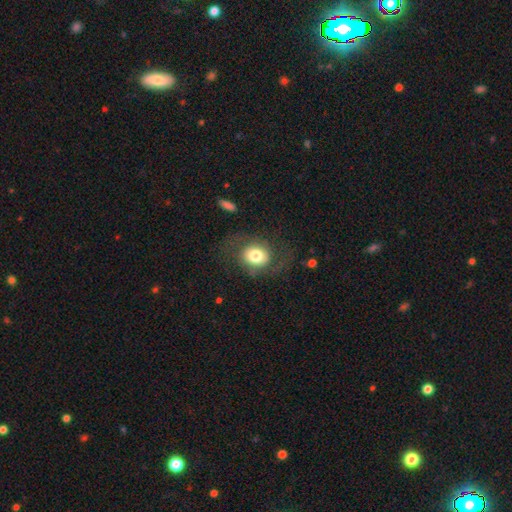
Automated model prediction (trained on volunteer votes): This appears to be a smooth galaxy with no disk features (67%) that is round (62%). Merging: none (64%).